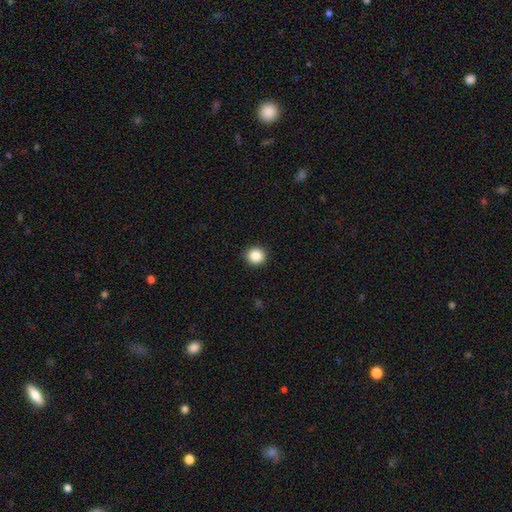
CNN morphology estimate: Smooth or featured: smooth — 86% (star or artifact — 10%)
How rounded: round — 91% (in between — 8%)
Merging: none — 92% (minor disturbance — 5%)